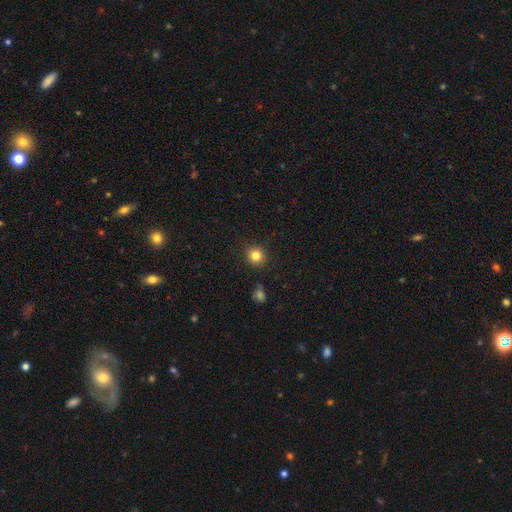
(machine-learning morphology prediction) type=smooth (82%); roundness=round (88%); merging=none (89%).